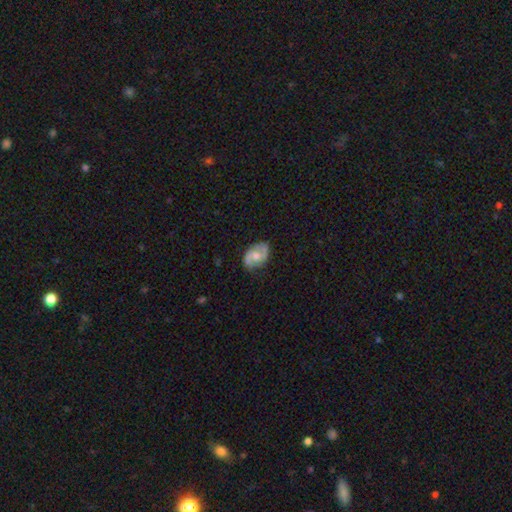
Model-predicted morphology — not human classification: Overall: featured or disk (67%; smooth 27%). Edge-on disk: no (96%). Bar: no (57%; weak 36%). Spiral arms: yes (86%). Spiral arm count: 2 (88%). Spiral winding: medium (43%; loose 37%). Bulge size: moderate (68%). Merging: none (79%).